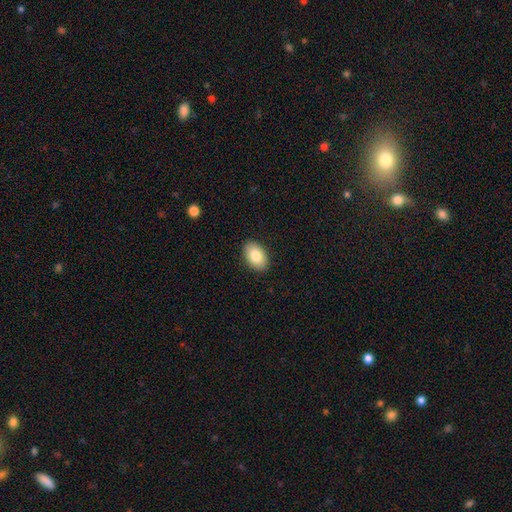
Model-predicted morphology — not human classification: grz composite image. It shows a smooth galaxy with no disk features (85%) that is in between round and cigar-shaped (91%). Merging: none (89%).